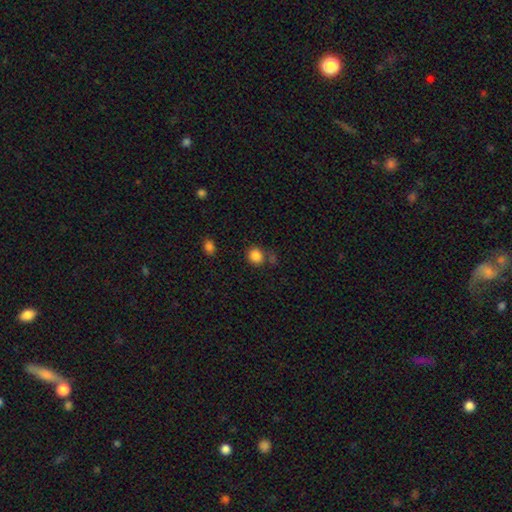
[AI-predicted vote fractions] Smooth or featured? Predicted: smooth (p=0.85). How rounded? Predicted: round (p=0.81). Merging? Predicted: none (p=0.72).